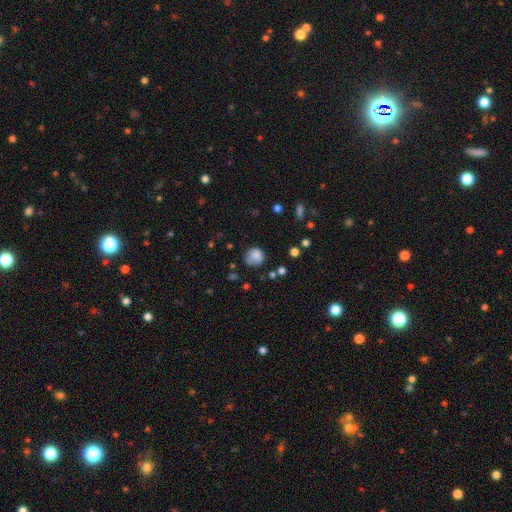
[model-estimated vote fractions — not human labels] A smooth galaxy with no disk features (80%) that is round (78%).

Vote fractions:
- Smooth or featured? smooth: 80% / star or artifact: 10% / featured or disk: 10%
- How rounded? round: 78% / in between: 21% / cigar-shaped: 1%
- Merging? none: 55% / minor disturbance: 28% / major disturbance: 13% / merger: 4%